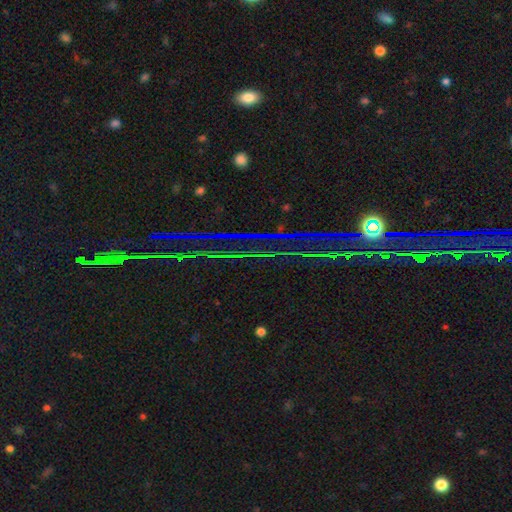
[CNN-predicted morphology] The model was most divided on "smooth or featured": star or artifact: 80%, featured or disk: 11%, smooth: 9%.